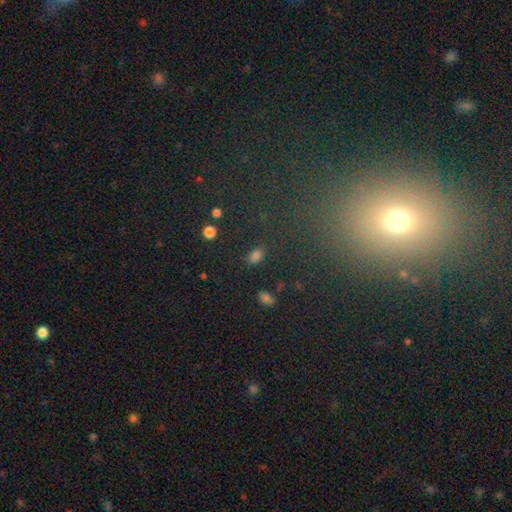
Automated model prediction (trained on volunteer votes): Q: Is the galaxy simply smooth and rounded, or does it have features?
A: smooth — 73%.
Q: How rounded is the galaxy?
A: in between — 87%.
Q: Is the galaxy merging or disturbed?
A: none — 83%.